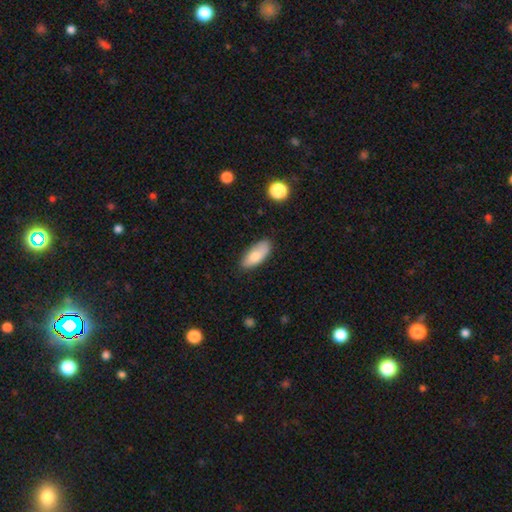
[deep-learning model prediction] Smooth or featured? smooth (78%)
How rounded? in between (83%)
Merging? none (74%)